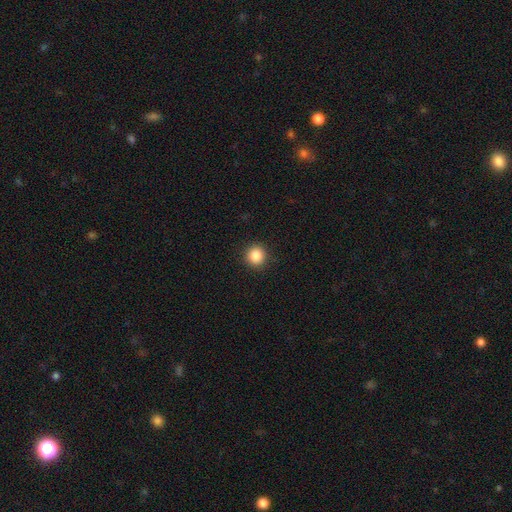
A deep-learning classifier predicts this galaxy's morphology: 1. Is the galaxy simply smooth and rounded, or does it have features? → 86% smooth, 10% star or artifact, 4% featured or disk.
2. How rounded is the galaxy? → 93% round, 6% in between, 1% cigar-shaped.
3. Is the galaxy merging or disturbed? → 92% none, 5% minor disturbance, 2% major disturbance, 1% merger.